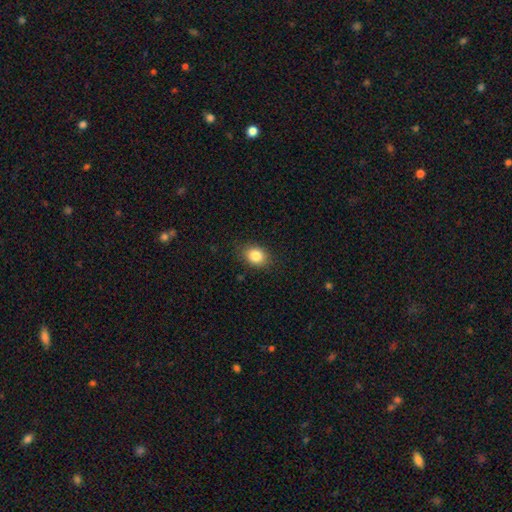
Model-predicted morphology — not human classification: The model was most divided on "how rounded": in between: 59%, round: 40%, cigar-shaped: 1%. More confident: smooth or featured — smooth (84%); merging — none (84%).